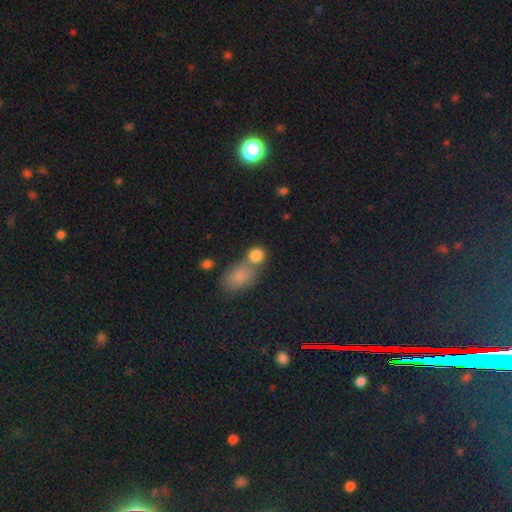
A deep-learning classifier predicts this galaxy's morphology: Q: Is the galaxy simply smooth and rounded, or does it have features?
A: smooth — 83%.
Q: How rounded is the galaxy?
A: round — 71%.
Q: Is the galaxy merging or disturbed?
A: none — 47%.